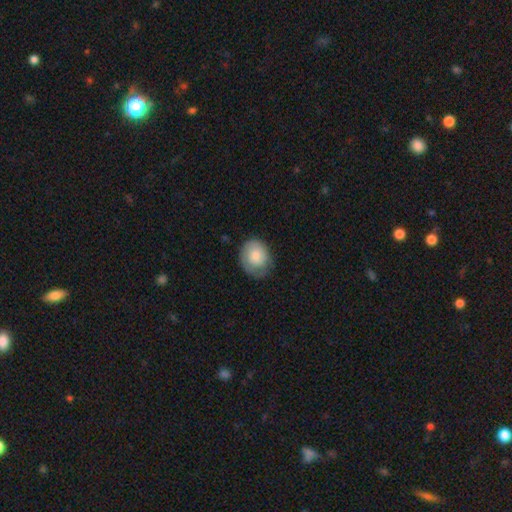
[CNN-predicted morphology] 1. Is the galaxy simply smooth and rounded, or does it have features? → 71% smooth, 22% featured or disk, 6% star or artifact.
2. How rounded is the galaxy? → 64% round, 35% in between, 1% cigar-shaped.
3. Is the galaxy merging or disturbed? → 62% none, 27% minor disturbance, 10% major disturbance, 1% merger.